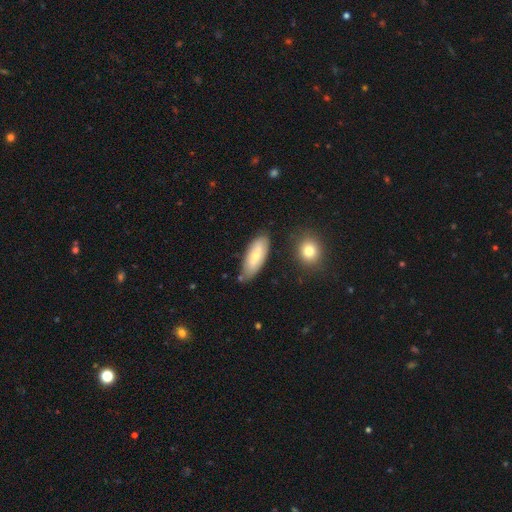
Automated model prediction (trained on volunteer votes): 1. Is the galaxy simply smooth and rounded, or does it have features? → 64% smooth, 30% featured or disk, 6% star or artifact.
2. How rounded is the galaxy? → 76% in between, 22% cigar-shaped, 2% round.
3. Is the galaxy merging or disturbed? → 74% none, 18% minor disturbance, 5% merger, 4% major disturbance.